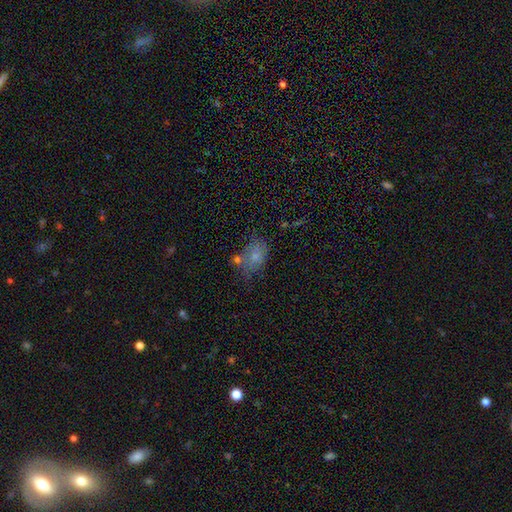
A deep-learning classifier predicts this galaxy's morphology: A smooth galaxy with no disk features (72%) that is in between round and cigar-shaped (73%).

Vote fractions:
- Smooth or featured? smooth: 72% / featured or disk: 16% / star or artifact: 12%
- How rounded? in between: 73% / round: 25% / cigar-shaped: 2%
- Merging? none: 46% / minor disturbance: 25% / merger: 18% / major disturbance: 12%